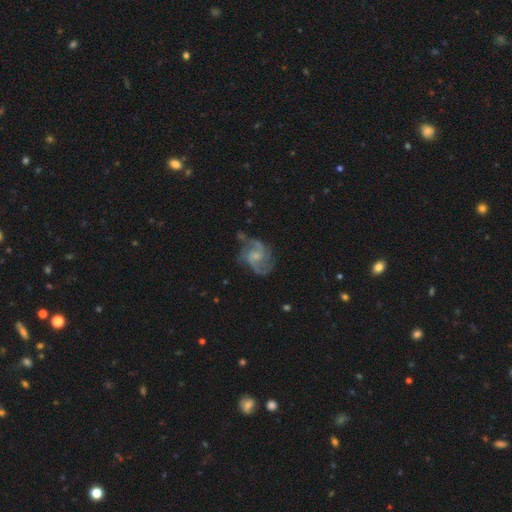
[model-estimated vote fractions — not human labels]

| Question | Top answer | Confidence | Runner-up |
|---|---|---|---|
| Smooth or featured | featured or disk | 86% | smooth (8%) |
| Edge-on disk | no | 98% | yes (2%) |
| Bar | no | 59% | weak (36%) |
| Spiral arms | yes | 96% | no (4%) |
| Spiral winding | medium | 54% | tight (23%) |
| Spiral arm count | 2 | 43% | 3 (30%) |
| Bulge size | small | 58% | moderate (30%) |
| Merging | none | 62% | minor disturbance (22%) |